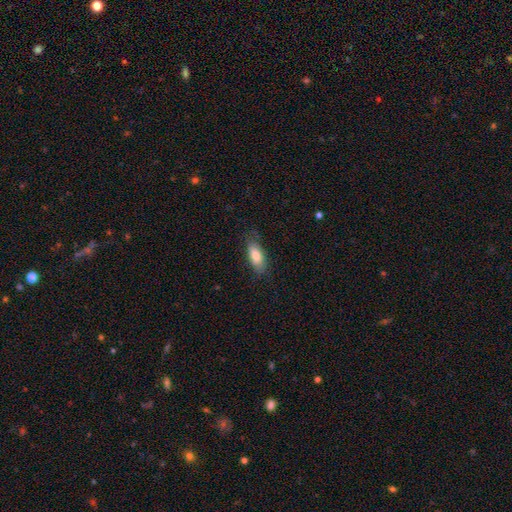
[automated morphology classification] This appears to be a smooth galaxy with no disk features (77%) that is in between round and cigar-shaped (83%). Merging: none (75%).